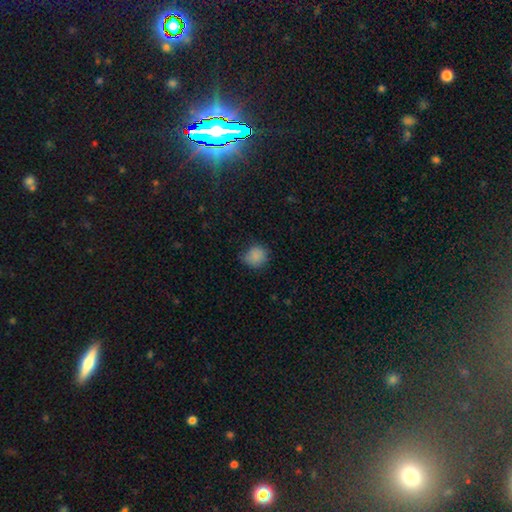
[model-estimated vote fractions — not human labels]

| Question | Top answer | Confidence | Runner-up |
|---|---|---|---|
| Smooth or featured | smooth | 84% | star or artifact (11%) |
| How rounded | round | 80% | in between (19%) |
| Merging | none | 71% | minor disturbance (23%) |